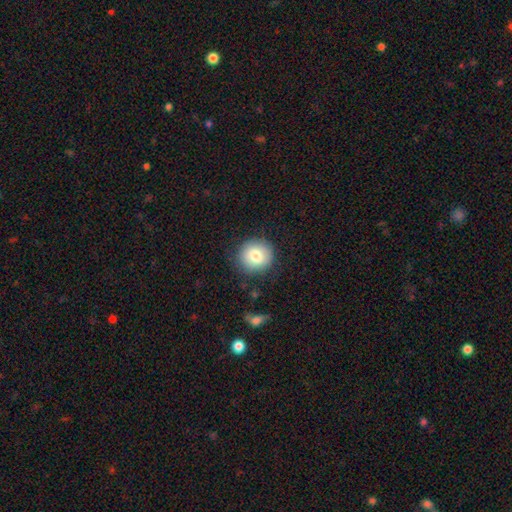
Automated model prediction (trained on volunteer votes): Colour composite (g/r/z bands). It shows a smooth galaxy with no disk features (80%) that is round (90%). Merging: none (86%).